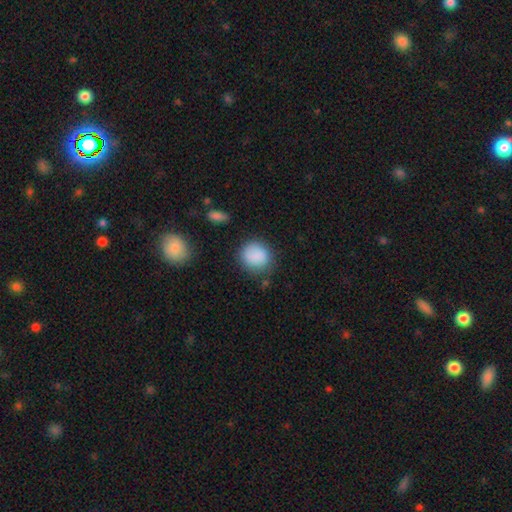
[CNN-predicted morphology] smooth 86%, star or artifact 8%, featured or disk 6%. Down the decision tree: how rounded — round (79%); merging — none (76%).